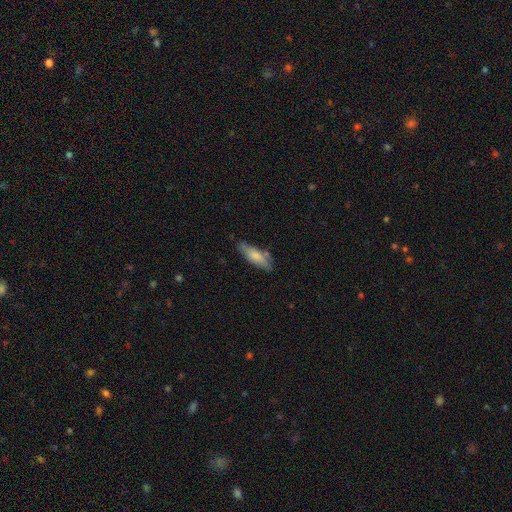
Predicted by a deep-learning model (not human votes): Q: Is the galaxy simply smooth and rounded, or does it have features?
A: smooth — 72%.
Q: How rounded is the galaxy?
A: in between — 57%.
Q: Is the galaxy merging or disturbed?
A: none — 65%.